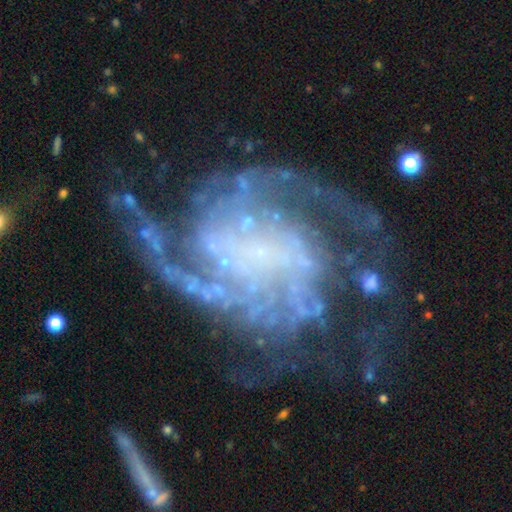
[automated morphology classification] Overall: featured or disk (90%). Edge-on disk: no (98%). Bar: no (55%; weak 29%). Spiral arms: yes (97%). Spiral arm count: 2 (43%; 3 19%). Spiral winding: medium (43%; tight 39%). Bulge size: none (59%; small 28%). Merging: none (57%; major disturbance 21%).